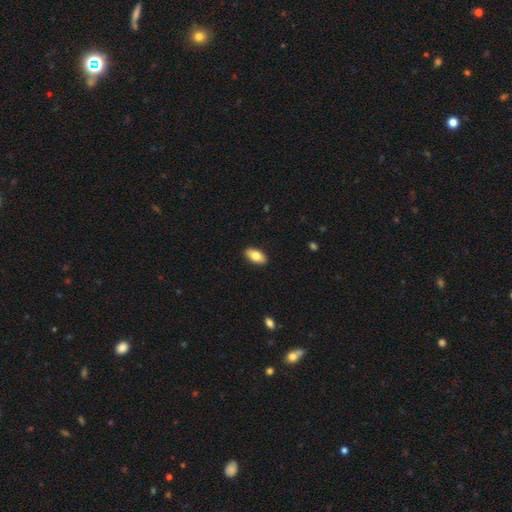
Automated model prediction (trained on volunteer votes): Smooth or featured?
  - smooth: 79% *
  - featured or disk: 15%
  - star or artifact: 6%
How rounded?
  - in between: 92% *
  - cigar-shaped: 5%
  - round: 3%
Merging?
  - none: 90% *
  - minor disturbance: 7%
  - major disturbance: 2%
  - merger: 1%